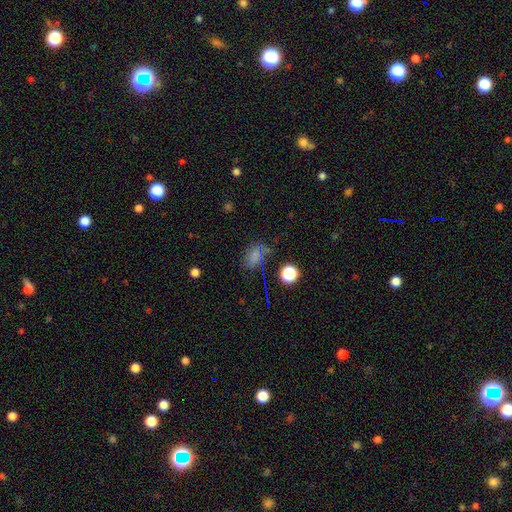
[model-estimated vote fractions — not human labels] smooth 61%, star or artifact 31%, featured or disk 8%. Down the decision tree: how rounded — in between (65%); merging — none (68%).